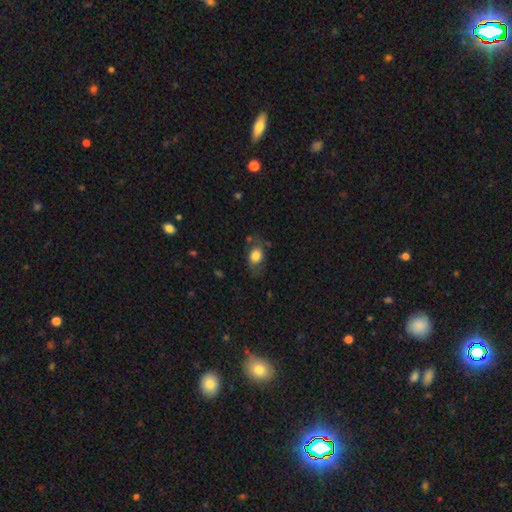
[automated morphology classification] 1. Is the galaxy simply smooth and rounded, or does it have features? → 73% smooth, 19% featured or disk, 8% star or artifact.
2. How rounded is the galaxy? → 76% in between, 22% round, 2% cigar-shaped.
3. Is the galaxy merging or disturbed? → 63% none, 23% minor disturbance, 12% major disturbance, 3% merger.